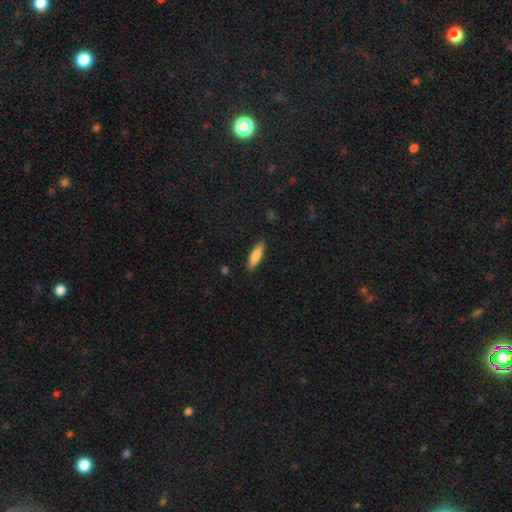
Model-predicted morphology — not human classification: type=smooth (79%); roundness=cigar-shaped (60%); merging=none (88%).